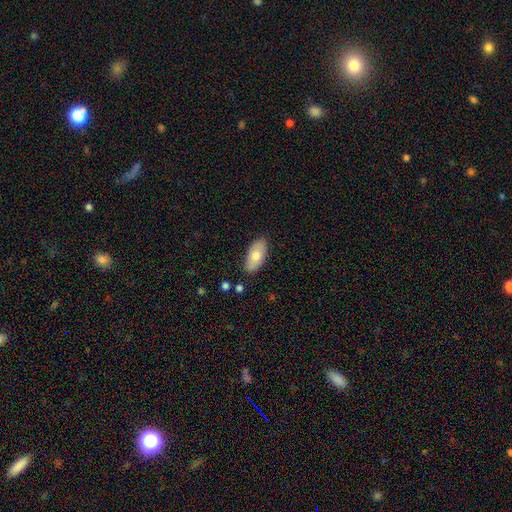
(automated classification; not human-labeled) Smooth or featured? smooth (72%)
How rounded? in between (93%)
Merging? none (83%)